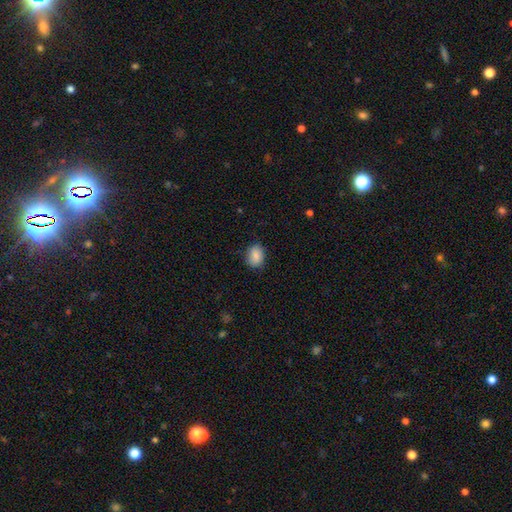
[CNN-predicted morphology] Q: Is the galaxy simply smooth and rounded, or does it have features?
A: smooth — 88%.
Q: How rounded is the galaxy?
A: in between — 66%.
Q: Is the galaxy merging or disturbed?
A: none — 82%.